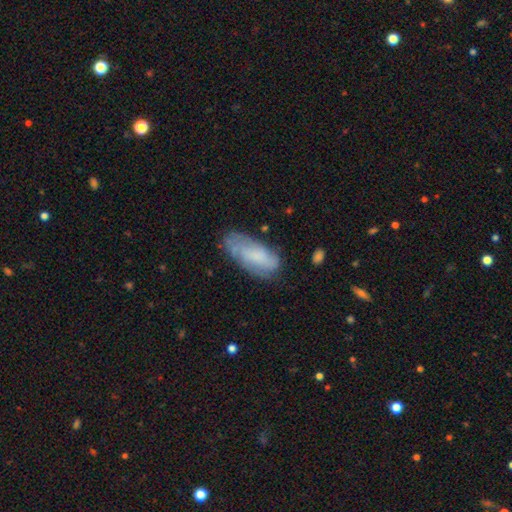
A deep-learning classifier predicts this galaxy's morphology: smooth-or-featured: smooth: 61% | featured or disk: 32% | star or artifact: 8%
  how-rounded: in between: 83% | cigar-shaped: 14% | round: 2%
  merging: none: 58% | minor disturbance: 29% | major disturbance: 10% | merger: 3%